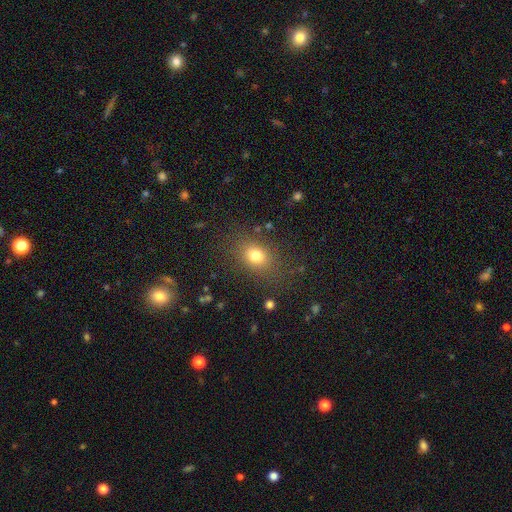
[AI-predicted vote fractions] This appears to be a smooth galaxy with no disk features (77%) that is in between round and cigar-shaped (60%). Merging: none (80%).